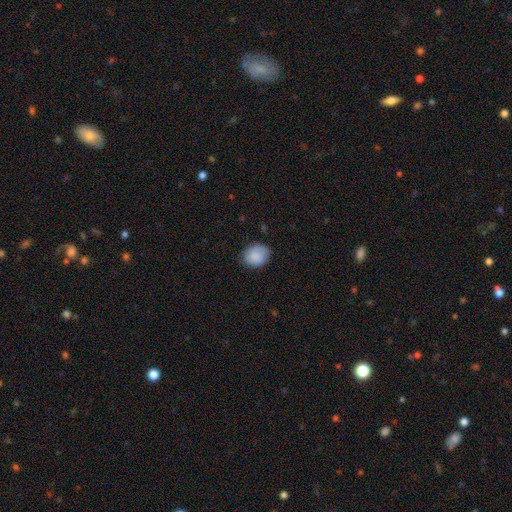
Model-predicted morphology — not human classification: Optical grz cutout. It shows a smooth galaxy with no disk features (85%) that is round (54%). Merging: none (77%).